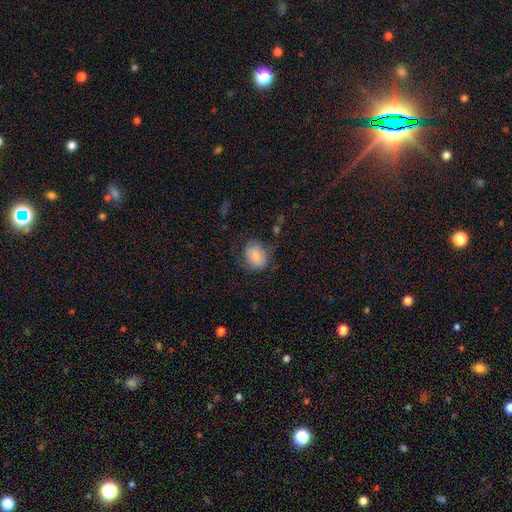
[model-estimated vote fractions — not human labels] Smooth or featured? Predicted: smooth (p=0.77). How rounded? Predicted: round (p=0.53). Merging? Predicted: none (p=0.71).